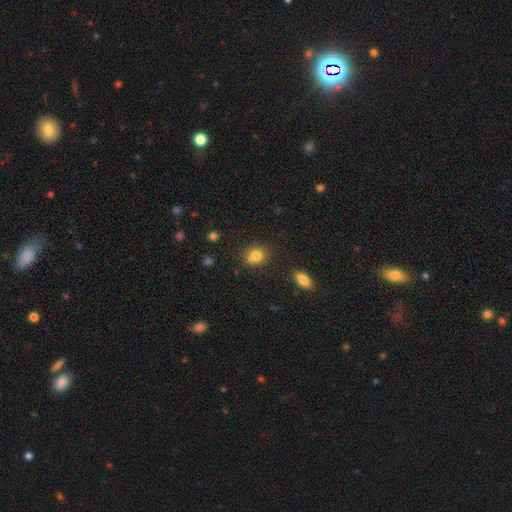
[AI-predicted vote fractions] A smooth galaxy with no disk features (81%) that is round (62%). Merging: none (69%).